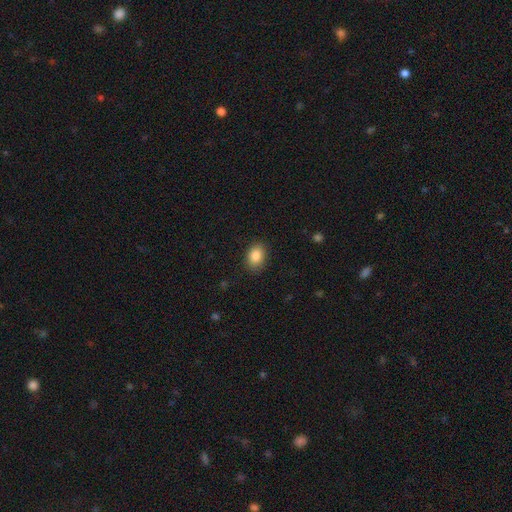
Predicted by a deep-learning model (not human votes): This is clearly a smooth galaxy (87%). How rounded: likely in between (76%). Merging: clearly none (86%).